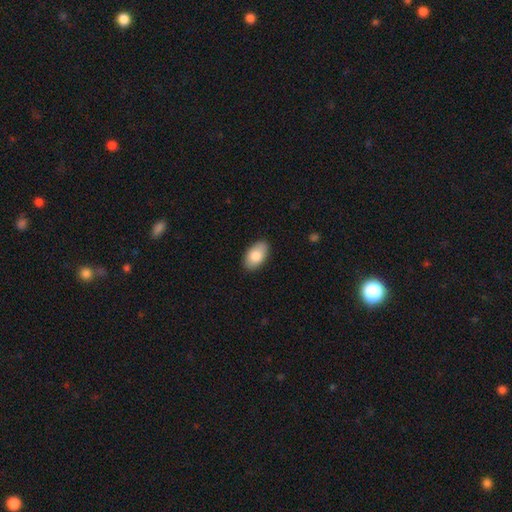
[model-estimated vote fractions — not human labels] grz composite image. It shows a smooth galaxy with no disk features (82%) that is in between round and cigar-shaped (94%). Merging: none (87%).